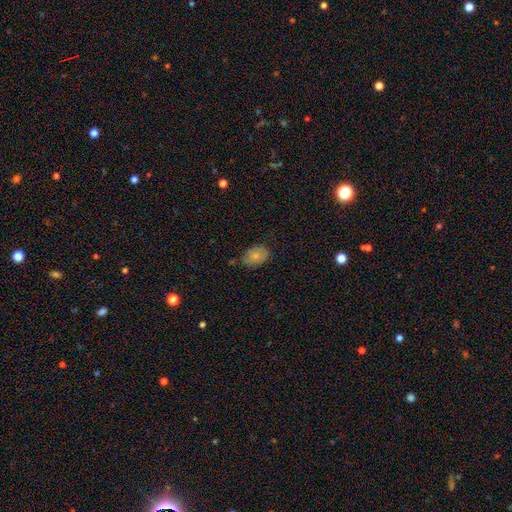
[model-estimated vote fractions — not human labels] smooth 74%, featured or disk 18%, star or artifact 8%. Down the decision tree: how rounded — in between (83%); merging — none (69%).